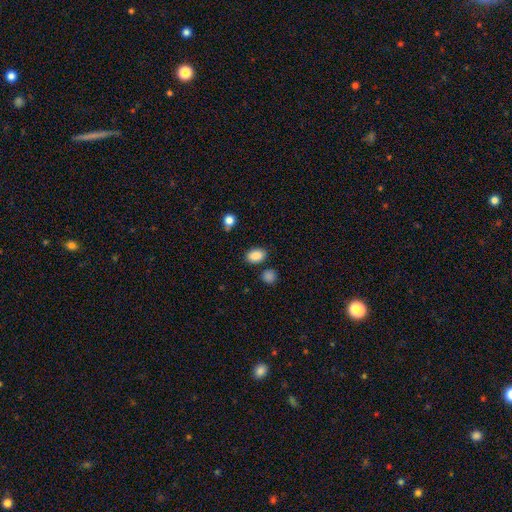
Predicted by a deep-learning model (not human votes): Smooth or featured? Predicted: smooth (p=0.87). How rounded? Predicted: in between (p=0.78). Merging? Predicted: none (p=0.79).